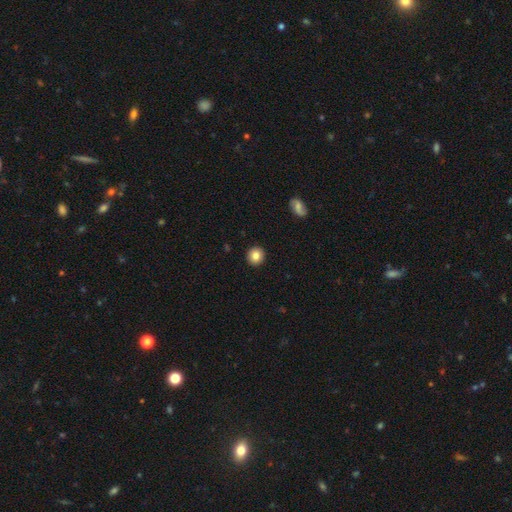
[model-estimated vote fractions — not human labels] smooth-or-featured: smooth: 84% | star or artifact: 9% | featured or disk: 7%
  how-rounded: round: 90% | in between: 9% | cigar-shaped: 1%
  merging: none: 92% | minor disturbance: 5% | major disturbance: 2% | merger: 1%